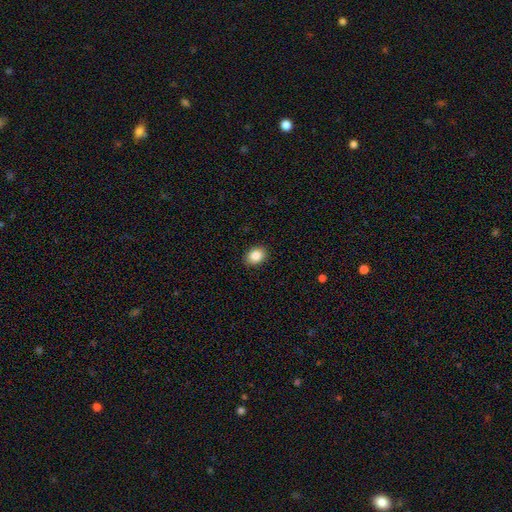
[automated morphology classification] Smooth or featured?
  - smooth: 86% *
  - star or artifact: 9%
  - featured or disk: 5%
How rounded?
  - in between: 61% *
  - round: 38%
  - cigar-shaped: 1%
Merging?
  - none: 90% *
  - minor disturbance: 7%
  - major disturbance: 2%
  - merger: 1%